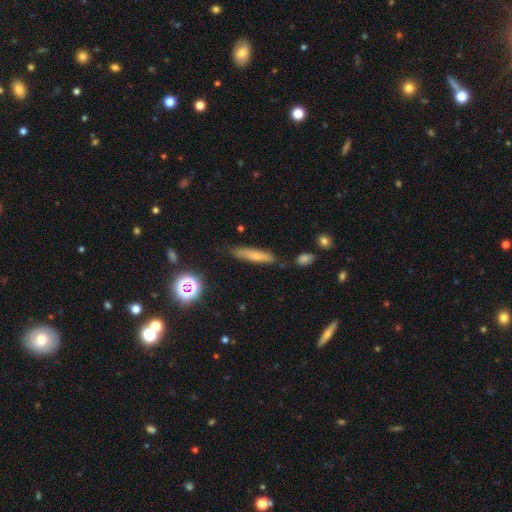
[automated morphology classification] Smooth or featured? smooth (66%)
How rounded? cigar-shaped (83%)
Merging? none (77%)